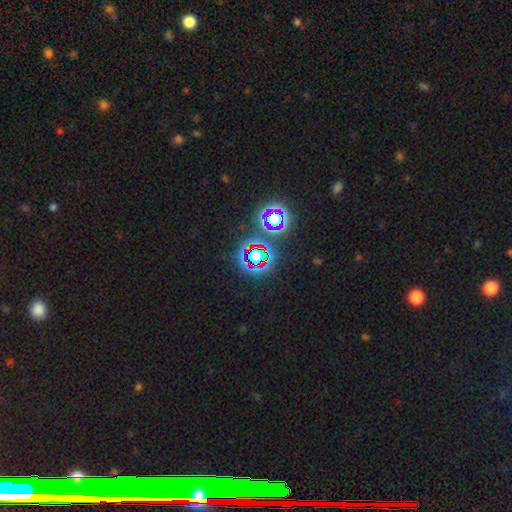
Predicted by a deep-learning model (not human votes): A star or artifact, not a galaxy (70%).